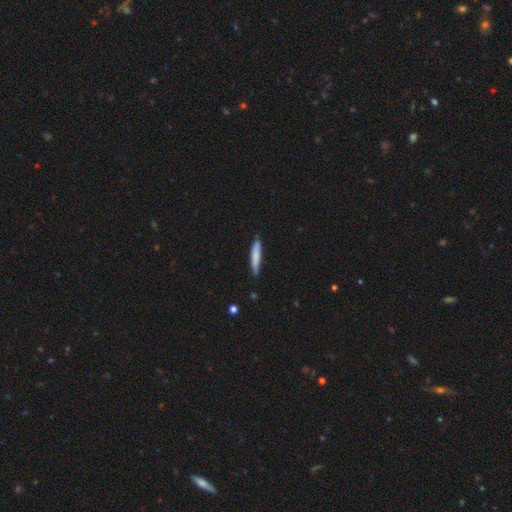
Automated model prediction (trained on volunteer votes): Q: Smooth or featured?
A: smooth (77%); runner-up: featured or disk (18%)
Q: How rounded?
A: cigar-shaped (89%); runner-up: in between (9%)
Q: Merging?
A: none (79%); runner-up: minor disturbance (18%)